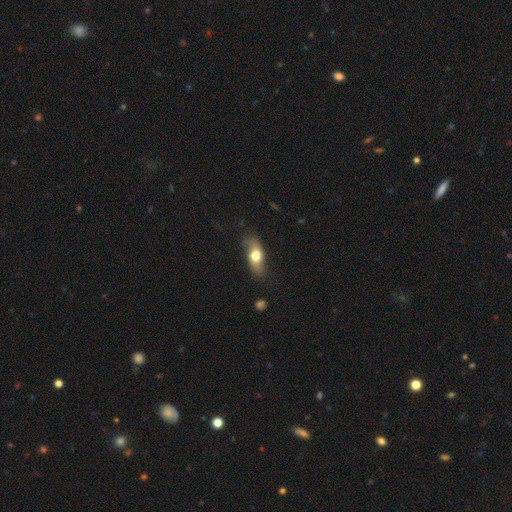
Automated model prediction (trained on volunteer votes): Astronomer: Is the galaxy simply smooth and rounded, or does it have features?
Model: smooth — 55% (runner-up: featured or disk, 39%).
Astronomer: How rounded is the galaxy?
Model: in between — 73%.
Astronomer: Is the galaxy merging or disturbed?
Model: none — 71%.